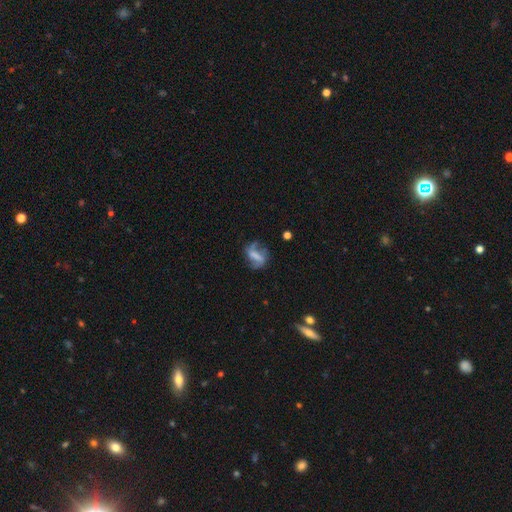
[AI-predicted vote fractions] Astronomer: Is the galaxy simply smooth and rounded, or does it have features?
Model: featured or disk — 58%.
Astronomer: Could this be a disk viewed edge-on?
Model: no — 94%.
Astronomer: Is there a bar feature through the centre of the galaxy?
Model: strong — 51% (runner-up: weak, 29%).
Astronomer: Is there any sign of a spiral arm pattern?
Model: yes — 68%.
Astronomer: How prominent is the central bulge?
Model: none — 51%.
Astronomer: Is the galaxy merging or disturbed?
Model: none — 53%.